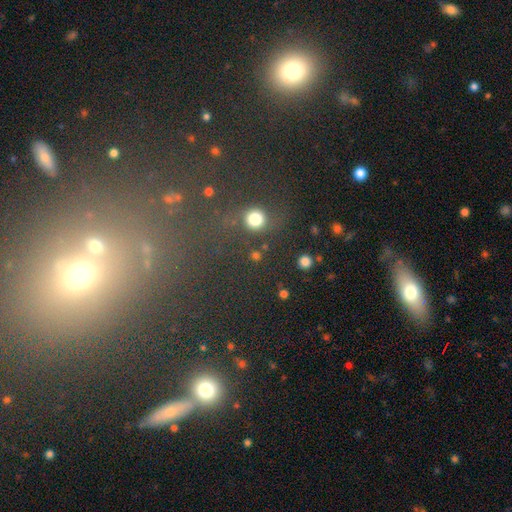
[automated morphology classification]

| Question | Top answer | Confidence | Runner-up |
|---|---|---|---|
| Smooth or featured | smooth | 71% | star or artifact (22%) |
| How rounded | round | 92% | in between (7%) |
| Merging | none | 79% | minor disturbance (9%) |